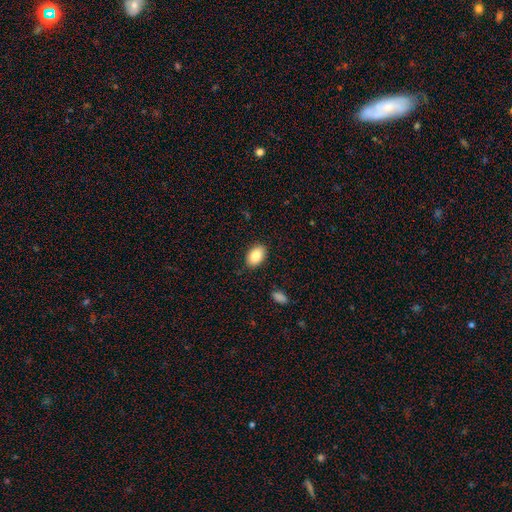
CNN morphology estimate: A smooth galaxy with no disk features (86%) that is in between round and cigar-shaped (88%). Merging: none (88%).